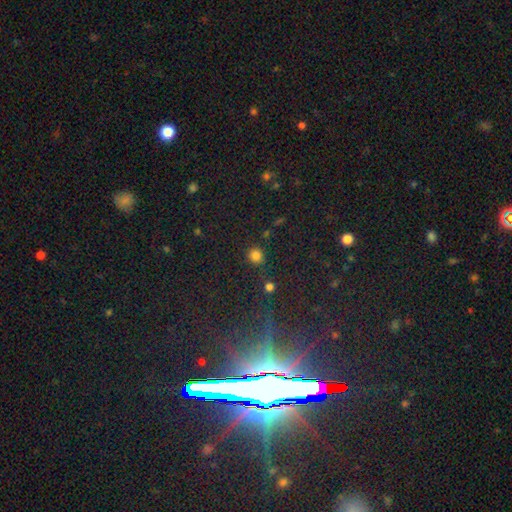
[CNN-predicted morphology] Smooth or featured? smooth (81%)
How rounded? round (91%)
Merging? none (86%)